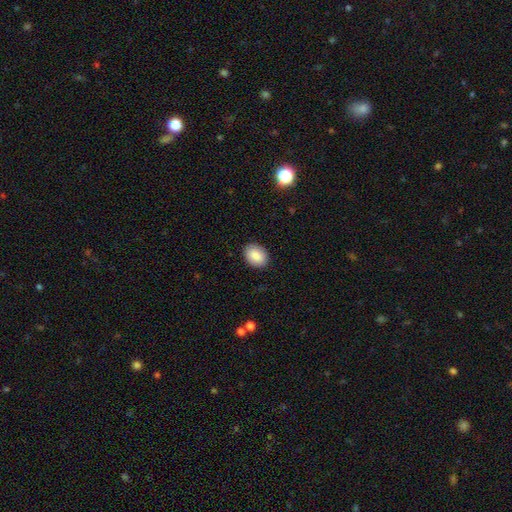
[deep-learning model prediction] The model was most divided on "how rounded": in between: 69%, round: 30%, cigar-shaped: 1%. More confident: merging — none (89%); smooth or featured — smooth (88%).